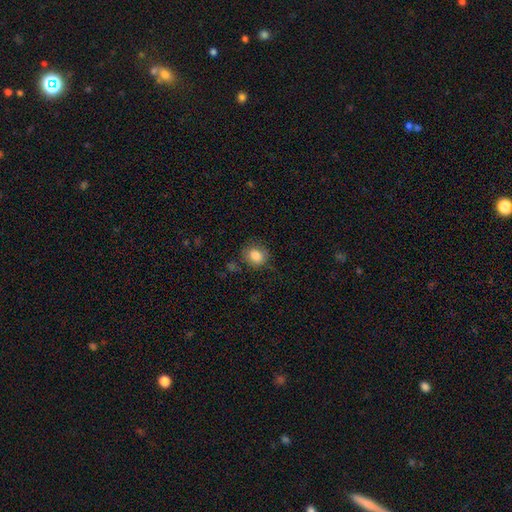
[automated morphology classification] Overall: smooth (84%). How rounded: round (68%; in between 31%). Merging: none (76%).